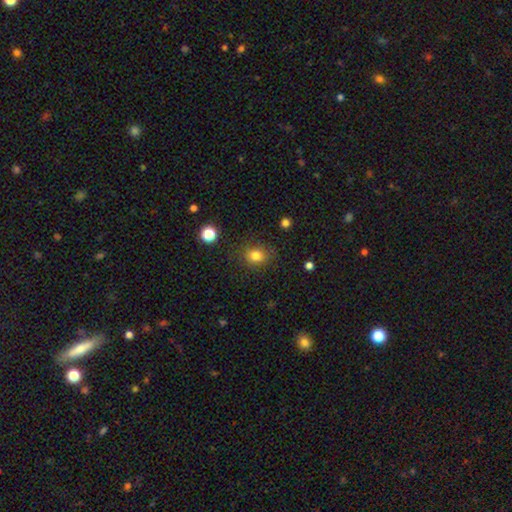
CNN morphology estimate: This is clearly a smooth galaxy (82%). How rounded: likely round (62%). Merging: clearly none (82%).